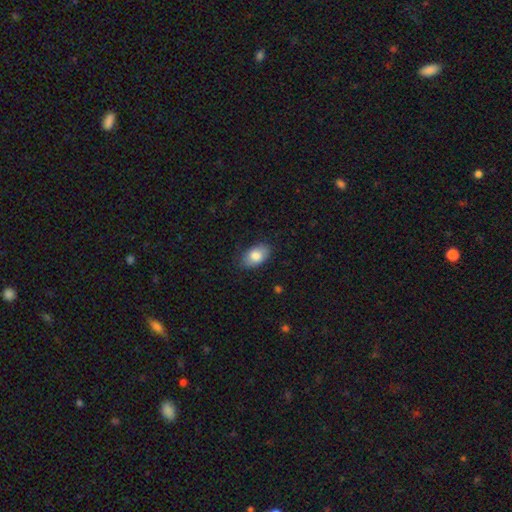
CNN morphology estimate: This is clearly a smooth galaxy (83%). How rounded: clearly in between (91%). Merging: clearly none (81%).